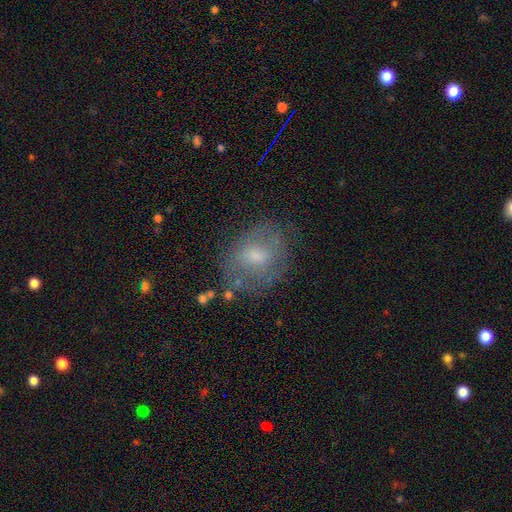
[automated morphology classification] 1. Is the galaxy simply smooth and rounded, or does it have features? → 48% smooth, 42% featured or disk, 10% star or artifact.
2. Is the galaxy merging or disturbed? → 63% none, 22% minor disturbance, 12% major disturbance, 3% merger.